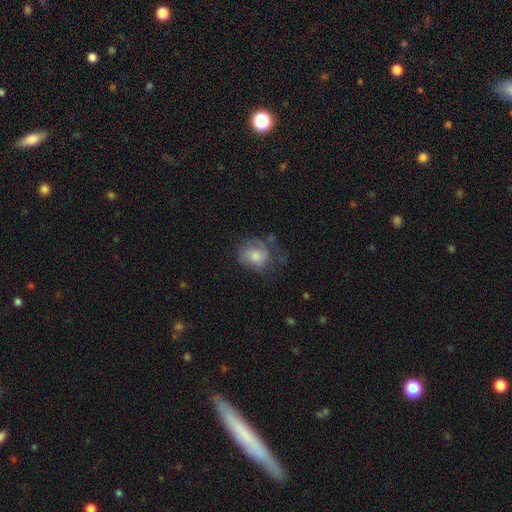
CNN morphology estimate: type=smooth (57%); roundness=round (62%); merging=none (40%).